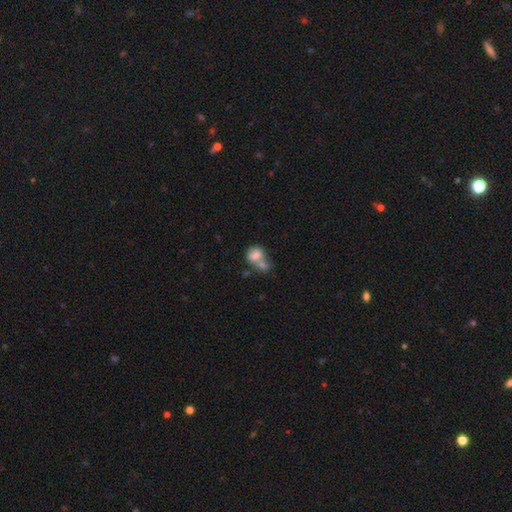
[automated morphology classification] Smooth or featured?
  - smooth: 77% *
  - featured or disk: 15%
  - star or artifact: 9%
How rounded?
  - round: 53% *
  - in between: 46%
  - cigar-shaped: 1%
Merging?
  - merger: 61% *
  - none: 25%
  - minor disturbance: 10%
  - major disturbance: 5%